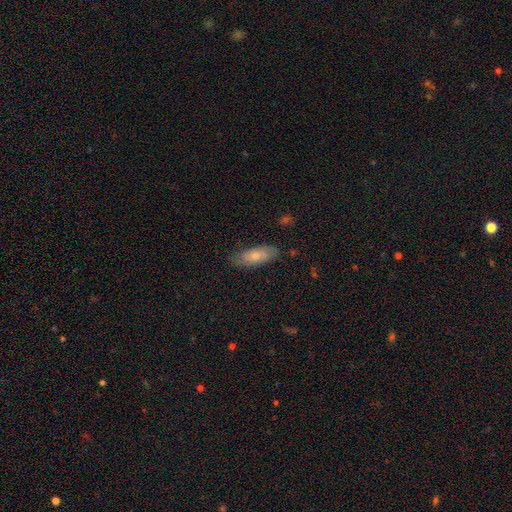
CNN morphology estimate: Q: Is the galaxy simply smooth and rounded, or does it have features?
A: smooth — 66%.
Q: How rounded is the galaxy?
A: in between — 75%.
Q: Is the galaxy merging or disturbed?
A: none — 77%.